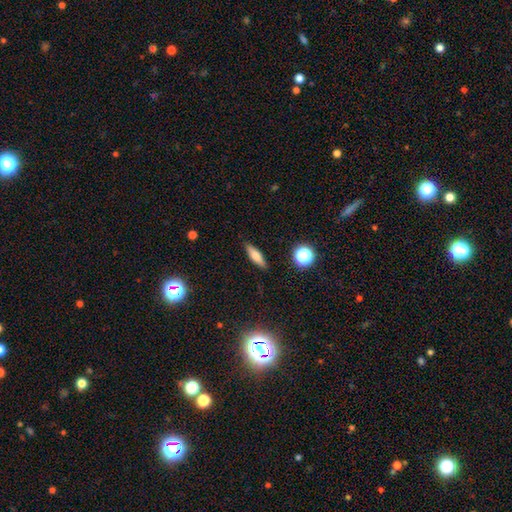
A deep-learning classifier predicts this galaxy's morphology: The model was most divided on "how rounded": cigar-shaped: 56%, in between: 39%, round: 4%. More confident: merging — none (87%); smooth or featured — smooth (65%).